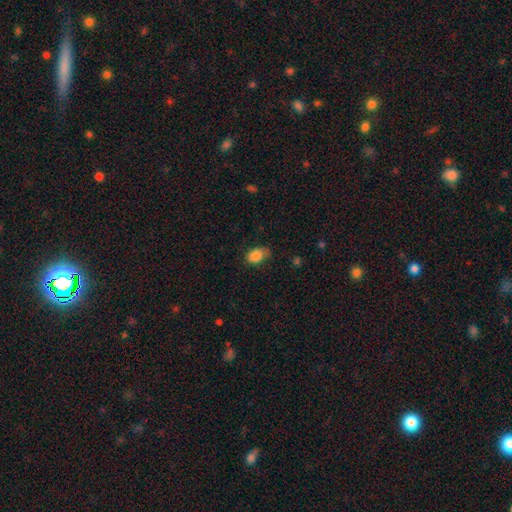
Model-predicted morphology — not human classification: A smooth galaxy with no disk features (86%) that is in between round and cigar-shaped (87%).

Vote fractions:
- Smooth or featured? smooth: 86% / star or artifact: 8% / featured or disk: 6%
- How rounded? in between: 87% / round: 11% / cigar-shaped: 2%
- Merging? none: 64% / minor disturbance: 28% / major disturbance: 6% / merger: 1%